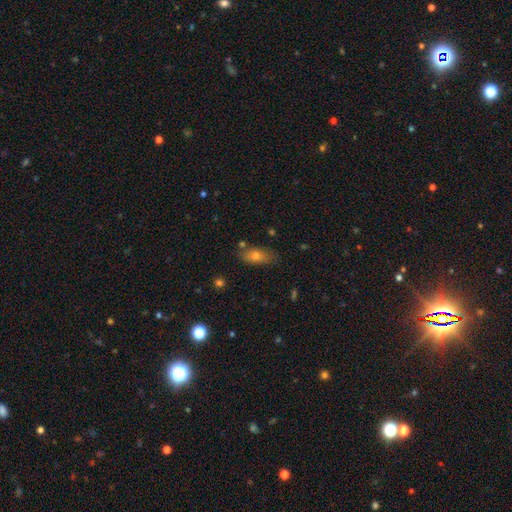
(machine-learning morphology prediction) This is likely a smooth galaxy (69%). How rounded: likely in between (77%). Merging: likely none (76%).